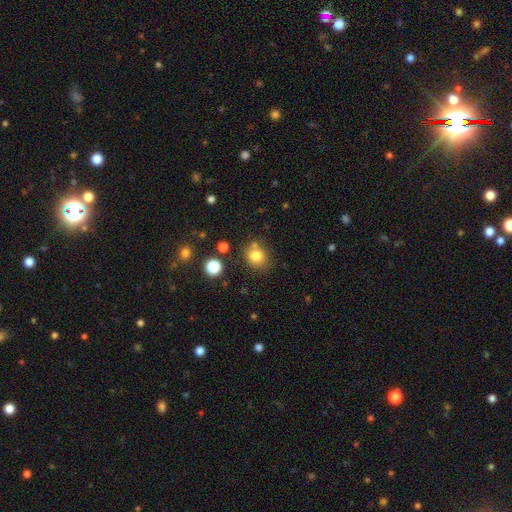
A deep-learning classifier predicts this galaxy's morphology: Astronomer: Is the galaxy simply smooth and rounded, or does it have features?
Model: smooth — 79%.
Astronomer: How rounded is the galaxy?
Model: round — 76%.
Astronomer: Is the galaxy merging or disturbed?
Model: none — 70%.